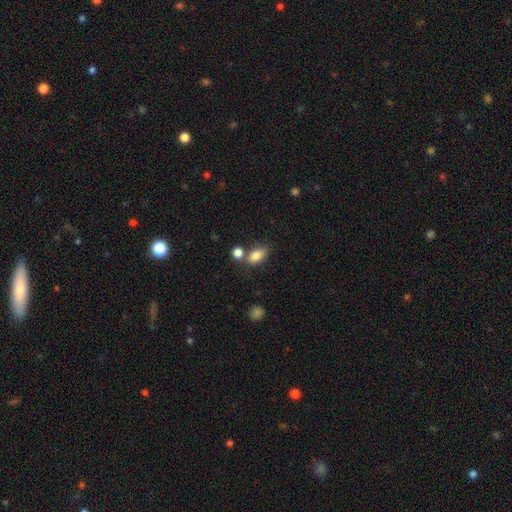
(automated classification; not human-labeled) Overall: smooth (83%). How rounded: in between (85%). Merging: none (58%; merger 23%).